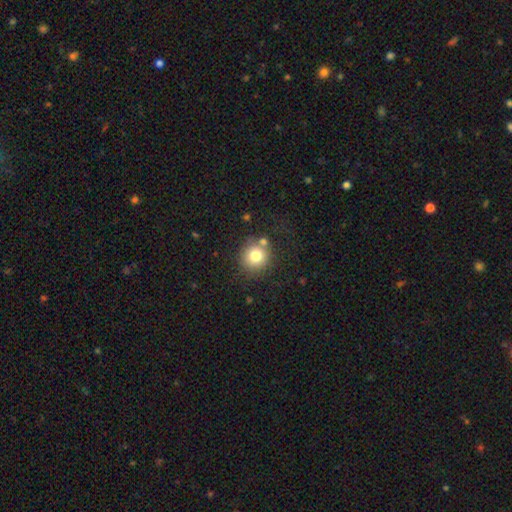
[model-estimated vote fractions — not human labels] Smooth or featured?
  - smooth: 78% *
  - star or artifact: 12%
  - featured or disk: 11%
How rounded?
  - round: 91% *
  - in between: 8%
  - cigar-shaped: 1%
Merging?
  - none: 74% *
  - minor disturbance: 11%
  - merger: 11%
  - major disturbance: 4%